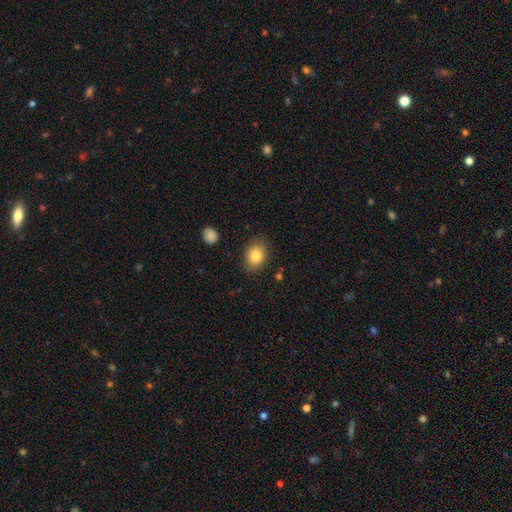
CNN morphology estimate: Smooth or featured?
  - smooth: 83% *
  - star or artifact: 9%
  - featured or disk: 9%
How rounded?
  - in between: 71% *
  - round: 28%
  - cigar-shaped: 1%
Merging?
  - none: 84% *
  - minor disturbance: 11%
  - major disturbance: 3%
  - merger: 1%